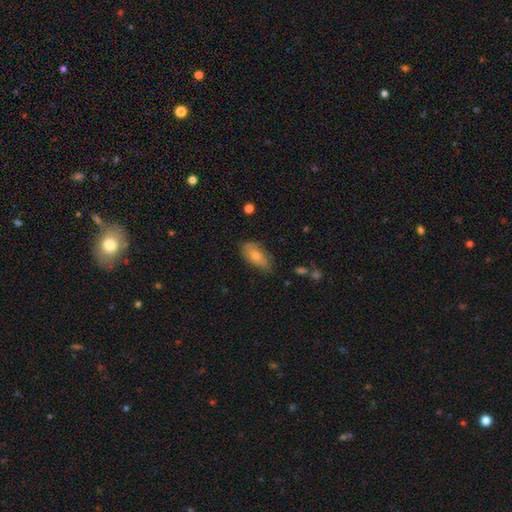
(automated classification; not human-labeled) Overall: smooth (75%). How rounded: in between (89%). Merging: none (67%).